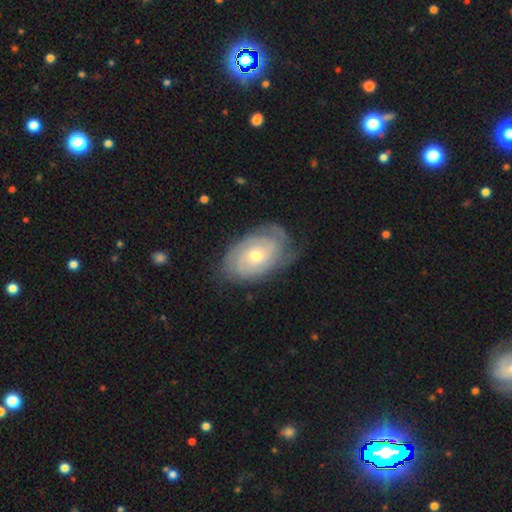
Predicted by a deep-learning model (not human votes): This appears to be a featured or disk galaxy (78%) with no bar (78%), tight (74%) spiral arms (90%) and a moderate central bulge (50%). Merging: none (71%).